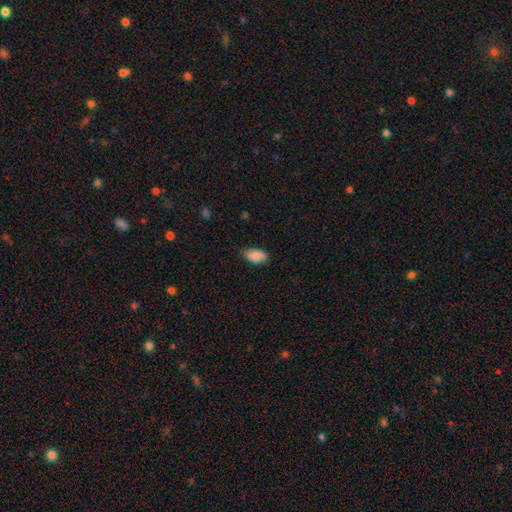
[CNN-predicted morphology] Q: Smooth or featured?
A: smooth (86%); runner-up: featured or disk (8%)
Q: How rounded?
A: in between (94%); runner-up: round (4%)
Q: Merging?
A: none (79%); runner-up: minor disturbance (17%)